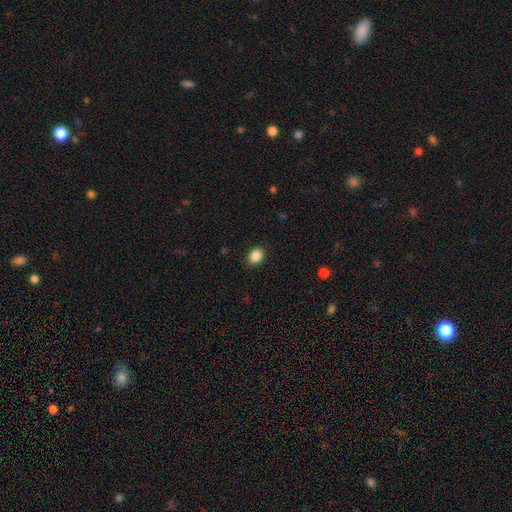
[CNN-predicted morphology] A smooth galaxy with no disk features (87%) that is in between round and cigar-shaped (51%). Merging: none (89%).